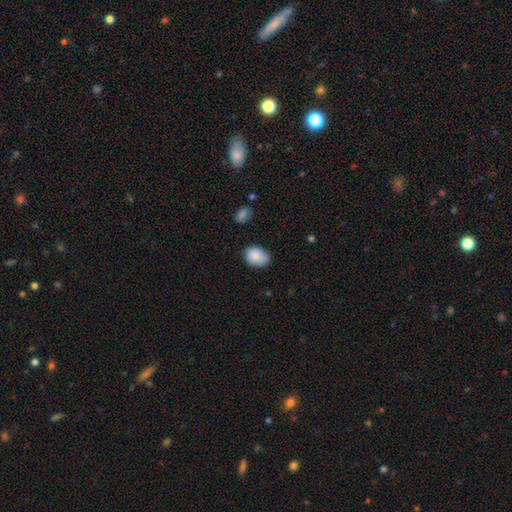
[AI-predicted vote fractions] A smooth galaxy with no disk features (87%) that is in between round and cigar-shaped (73%).

Vote fractions:
- Smooth or featured? smooth: 87% / star or artifact: 8% / featured or disk: 5%
- How rounded? in between: 73% / round: 26% / cigar-shaped: 1%
- Merging? none: 68% / minor disturbance: 25% / major disturbance: 4% / merger: 2%